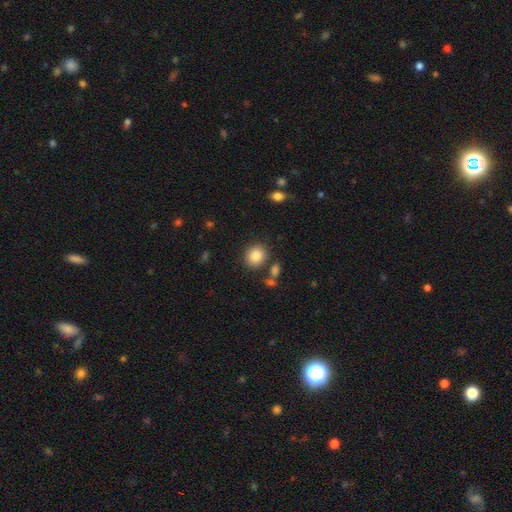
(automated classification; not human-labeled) smooth_or_featured: smooth (p=0.86) [alt: star or artifact p=0.09]
how_rounded: round (p=0.73) [alt: in between p=0.26]
merging: none (p=0.81) [alt: minor disturbance p=0.09]